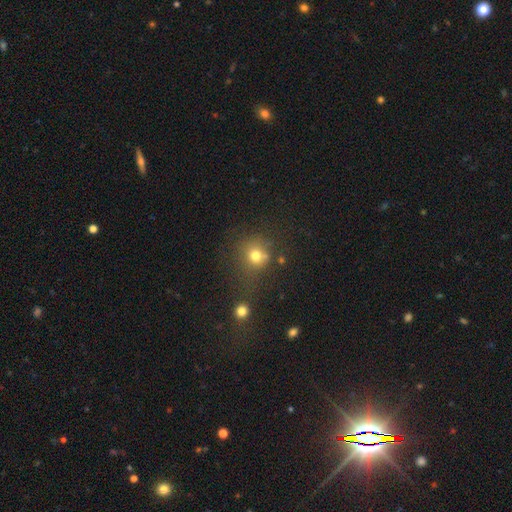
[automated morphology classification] A smooth galaxy with no disk features (73%) that is round (88%).

Vote fractions:
- Smooth or featured? smooth: 73% / star or artifact: 18% / featured or disk: 9%
- How rounded? round: 88% / in between: 11% / cigar-shaped: 1%
- Merging? none: 64% / merger: 14% / minor disturbance: 14% / major disturbance: 8%